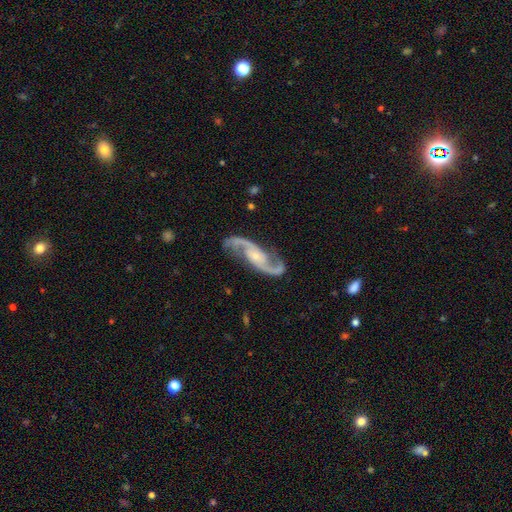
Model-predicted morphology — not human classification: Smooth or featured? featured or disk (93%)
Edge-on disk? no (96%)
Bar? no (54%)
Spiral arms? yes (98%)
Spiral winding? loose (51%)
Spiral arm count? 2 (94%)
Bulge size? small (62%)
Merging? none (80%)